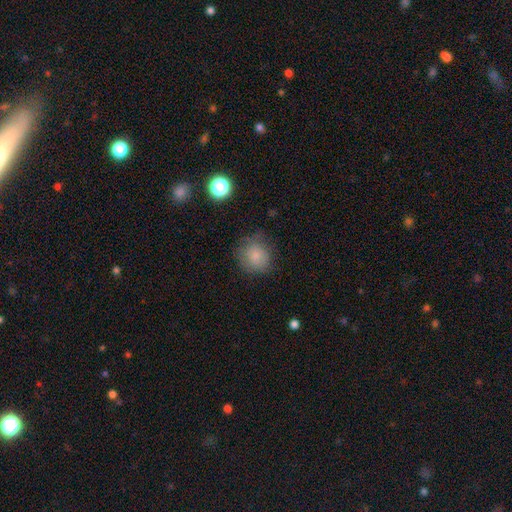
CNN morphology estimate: smooth_or_featured: smooth (p=0.81) [alt: star or artifact p=0.10]
how_rounded: round (p=0.84) [alt: in between p=0.15]
merging: none (p=0.68) [alt: minor disturbance p=0.22]